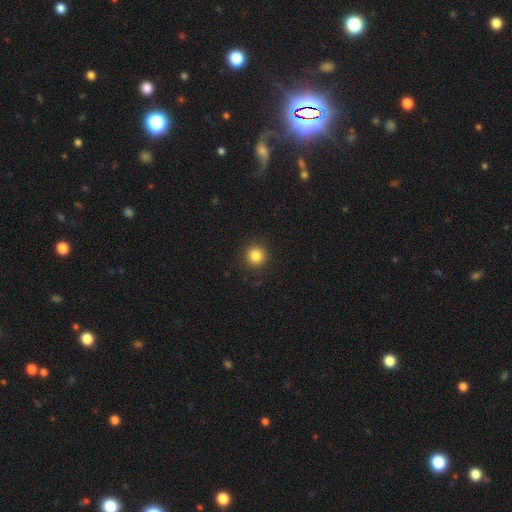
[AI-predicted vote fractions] smooth 84%, star or artifact 11%, featured or disk 4%. Down the decision tree: how rounded — round (94%); merging — none (91%).